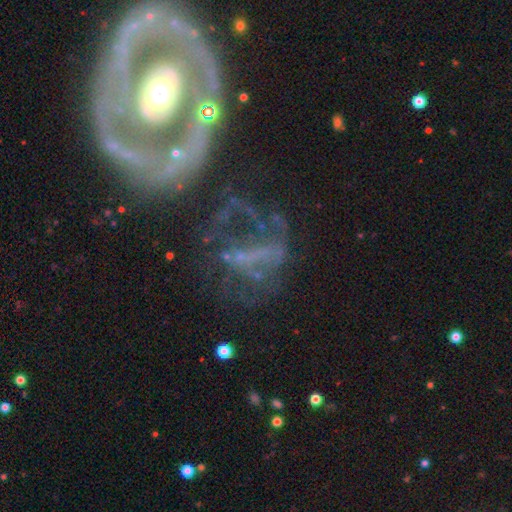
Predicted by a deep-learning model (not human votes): featured or disk 71%, star or artifact 15%, smooth 14%. Down the decision tree: edge-on disk — no (93%); bar — strong (40%); spiral arms — yes (54%); bulge size — moderate (34%); merging — none (41%).